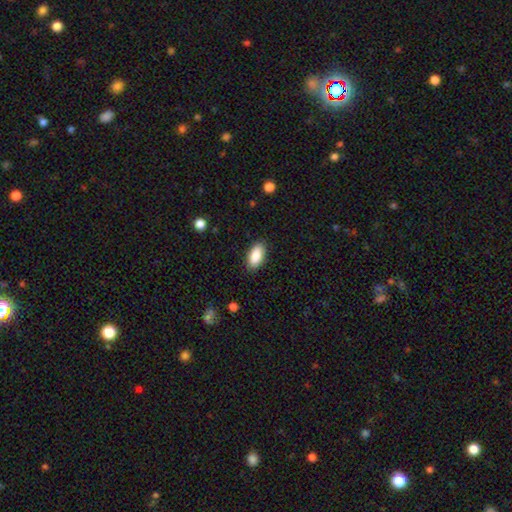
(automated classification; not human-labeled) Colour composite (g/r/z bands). It shows a smooth galaxy with no disk features (88%) that is in between round and cigar-shaped (91%). Merging: none (87%).